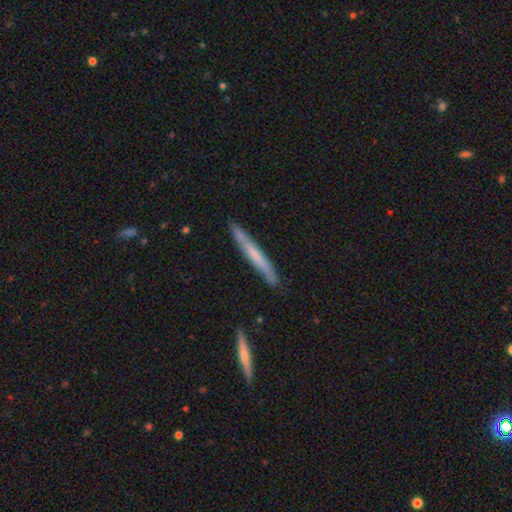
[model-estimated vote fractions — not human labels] Morphology: type=smooth (54%); roundness=cigar-shaped (96%); merging=none (85%).